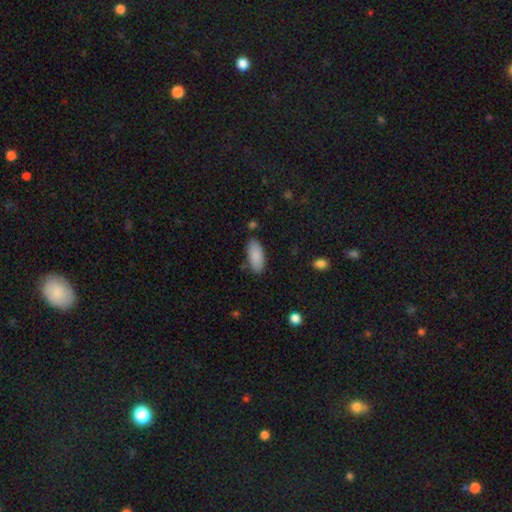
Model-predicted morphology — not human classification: Smooth or featured: smooth — 89% (star or artifact — 6%)
How rounded: in between — 89% (cigar-shaped — 10%)
Merging: none — 83% (minor disturbance — 12%)